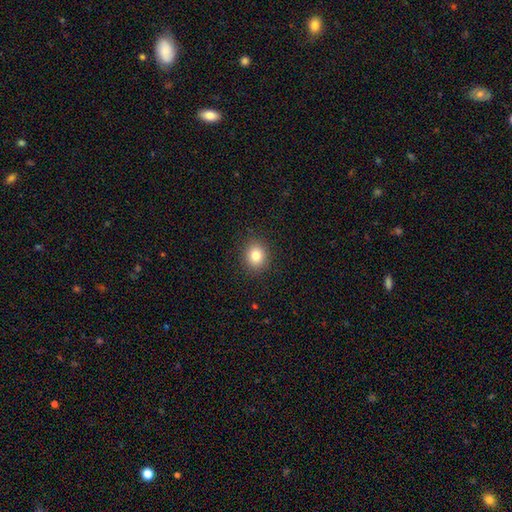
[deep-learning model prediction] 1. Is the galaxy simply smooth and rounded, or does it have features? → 82% smooth, 11% star or artifact, 7% featured or disk.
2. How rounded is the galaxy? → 73% round, 26% in between, 1% cigar-shaped.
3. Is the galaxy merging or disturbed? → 90% none, 7% minor disturbance, 2% major disturbance, 1% merger.